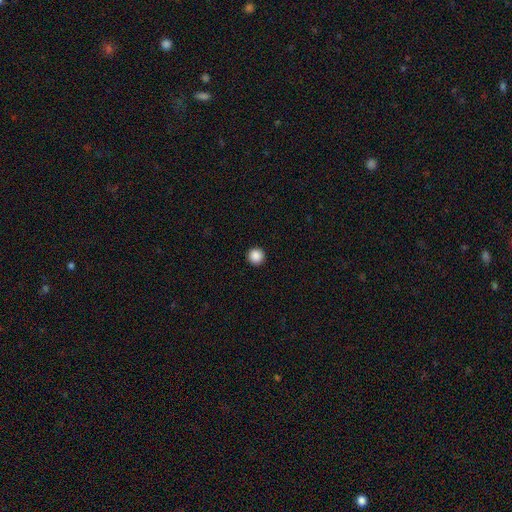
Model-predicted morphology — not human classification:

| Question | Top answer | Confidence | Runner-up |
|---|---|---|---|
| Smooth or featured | smooth | 88% | star or artifact (9%) |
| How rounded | round | 96% | in between (3%) |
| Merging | none | 94% | minor disturbance (4%) |